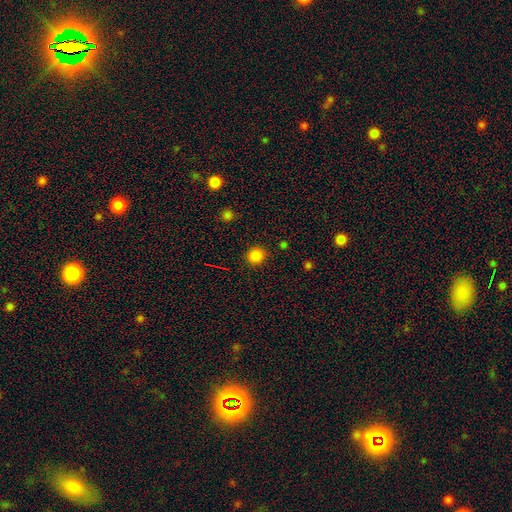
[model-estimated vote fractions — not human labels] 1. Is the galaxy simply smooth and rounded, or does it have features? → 83% smooth, 13% star or artifact, 4% featured or disk.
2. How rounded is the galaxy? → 85% round, 14% in between, 1% cigar-shaped.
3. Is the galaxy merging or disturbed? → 89% none, 7% minor disturbance, 2% major disturbance, 1% merger.